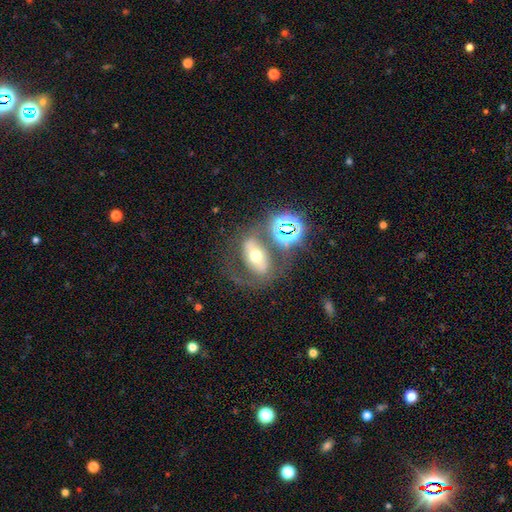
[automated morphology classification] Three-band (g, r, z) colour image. It shows a featured or disk galaxy (47%). Merging: none (54%).